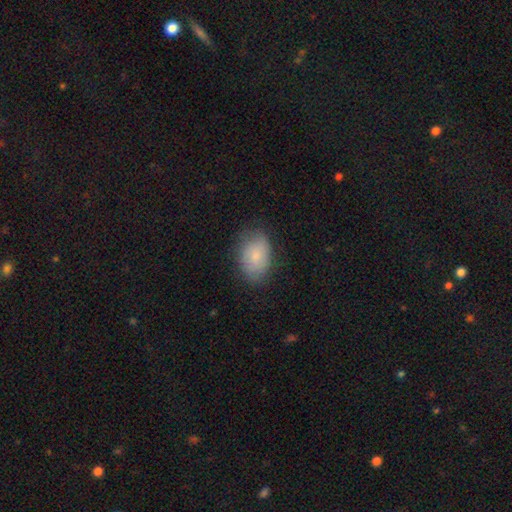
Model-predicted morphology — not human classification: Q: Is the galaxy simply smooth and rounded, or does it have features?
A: smooth — 79%.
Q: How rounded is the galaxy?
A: in between — 83%.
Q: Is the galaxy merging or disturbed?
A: none — 75%.